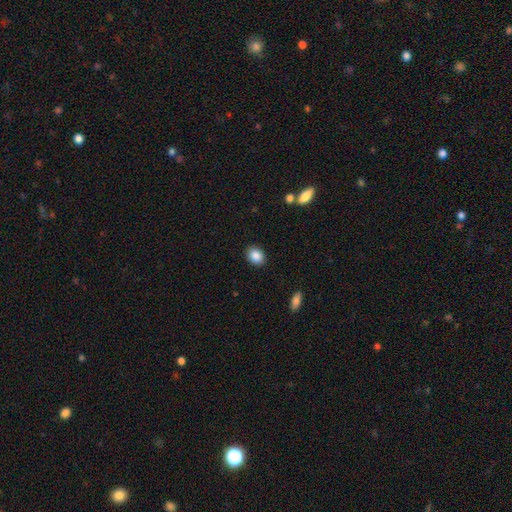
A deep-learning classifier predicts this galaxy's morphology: Smooth or featured? smooth (88%)
How rounded? in between (57%)
Merging? none (89%)